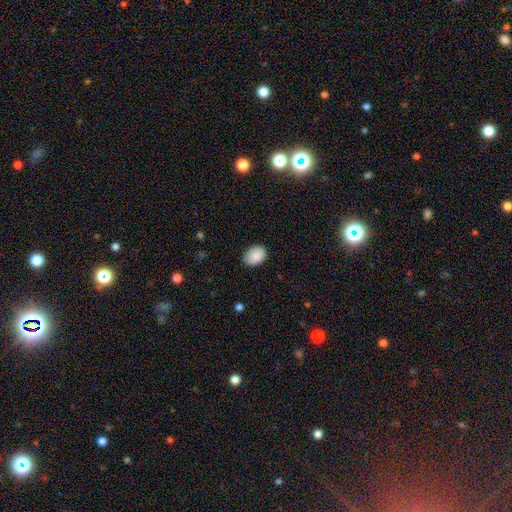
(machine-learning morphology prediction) Q: Smooth or featured?
A: smooth (89%); runner-up: star or artifact (7%)
Q: How rounded?
A: in between (71%); runner-up: round (28%)
Q: Merging?
A: none (81%); runner-up: minor disturbance (16%)